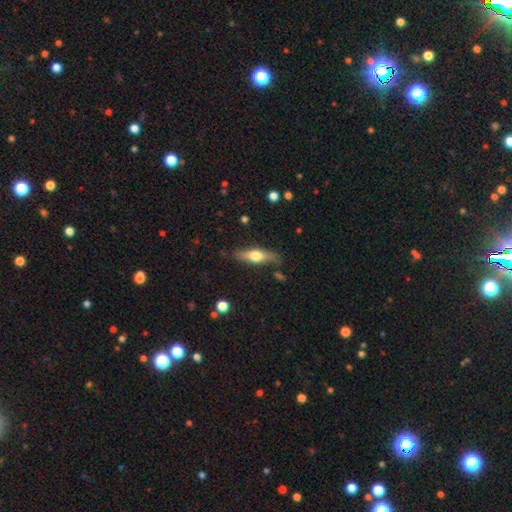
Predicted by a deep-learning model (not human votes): smooth-or-featured: smooth: 50% | featured or disk: 44% | star or artifact: 6%
  how-rounded: cigar-shaped: 56% | in between: 41% | round: 3%
  merging: none: 79% | minor disturbance: 15% | major disturbance: 4% | merger: 3%